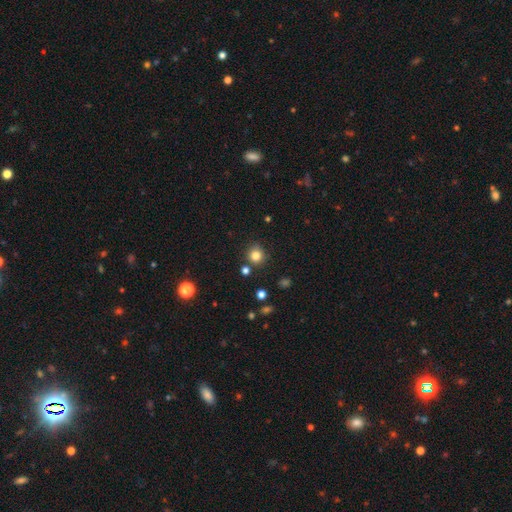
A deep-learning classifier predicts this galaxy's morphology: Q: Smooth or featured?
A: smooth (82%); runner-up: star or artifact (13%)
Q: How rounded?
A: round (91%); runner-up: in between (8%)
Q: Merging?
A: none (83%); runner-up: minor disturbance (9%)